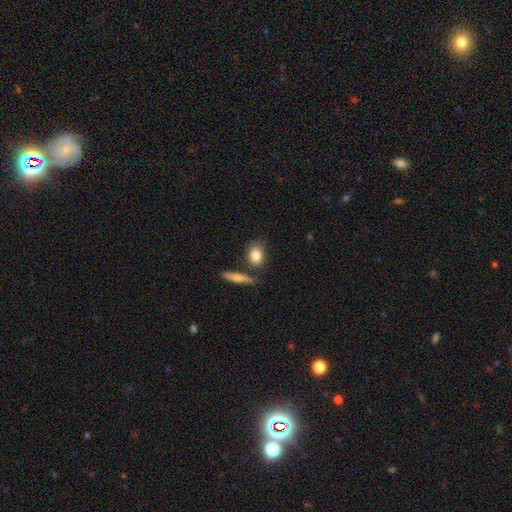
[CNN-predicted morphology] Smooth or featured: smooth — 83% (featured or disk — 10%)
How rounded: in between — 65% (round — 29%)
Merging: none — 71% (minor disturbance — 14%)